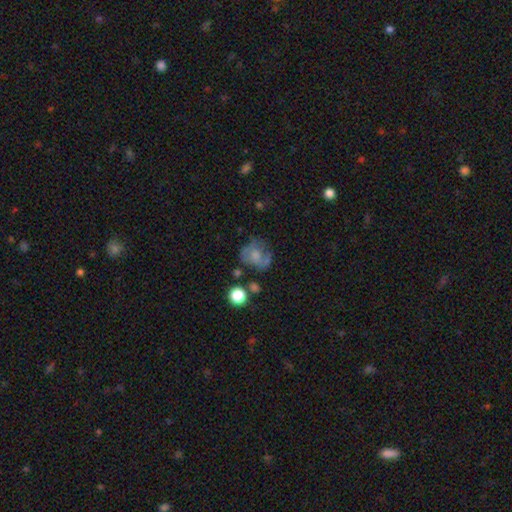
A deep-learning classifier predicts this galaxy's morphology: This is possibly a featured or disk galaxy (48%). Merging: possibly none (50%).